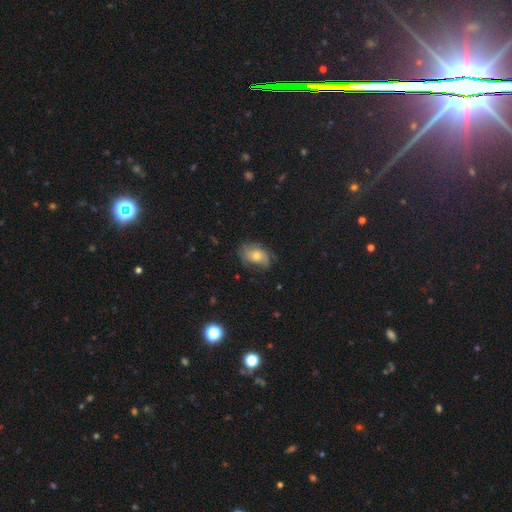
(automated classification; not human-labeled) This is possibly a smooth galaxy (46%). Merging: likely none (61%).